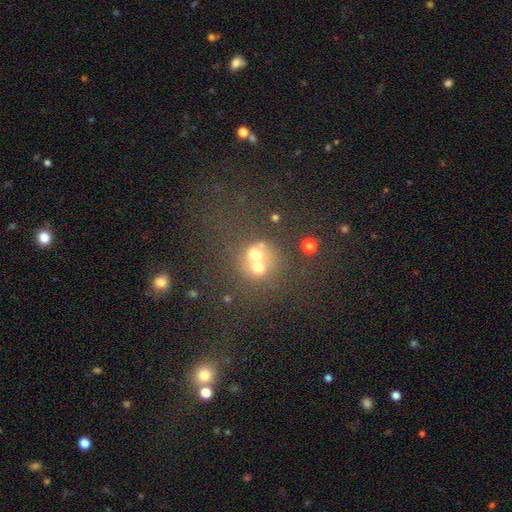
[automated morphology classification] smooth_or_featured: smooth (p=0.58) [alt: featured or disk p=0.22]
how_rounded: round (p=0.79) [alt: in between p=0.20]
merging: merger (p=0.54) [alt: none p=0.34]